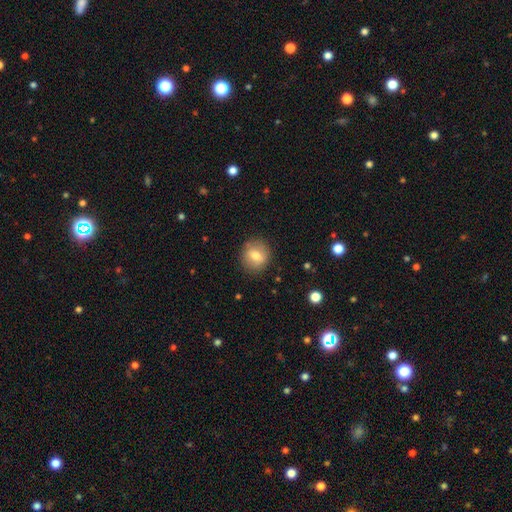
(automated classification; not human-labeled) Smooth or featured: smooth — 71% (featured or disk — 20%)
How rounded: round — 84% (in between — 15%)
Merging: none — 86% (minor disturbance — 9%)